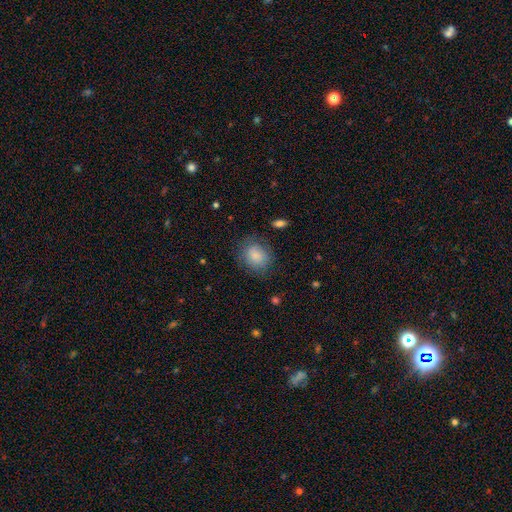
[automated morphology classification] Smooth or featured? Predicted: smooth (p=0.86). How rounded? Predicted: round (p=0.65). Merging? Predicted: none (p=0.77).